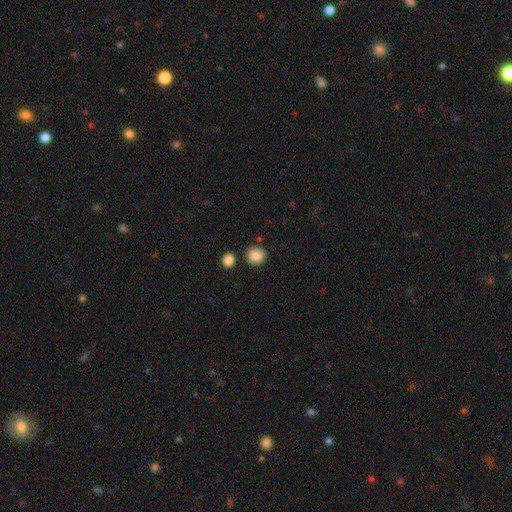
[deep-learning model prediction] Smooth or featured: smooth — 86% (star or artifact — 9%)
How rounded: round — 85% (in between — 14%)
Merging: none — 83% (minor disturbance — 9%)